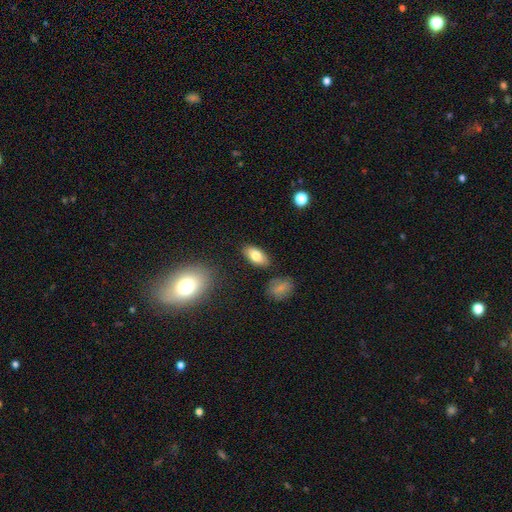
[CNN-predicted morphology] A smooth galaxy with no disk features (78%) that is in between round and cigar-shaped (90%). Merging: none (85%).